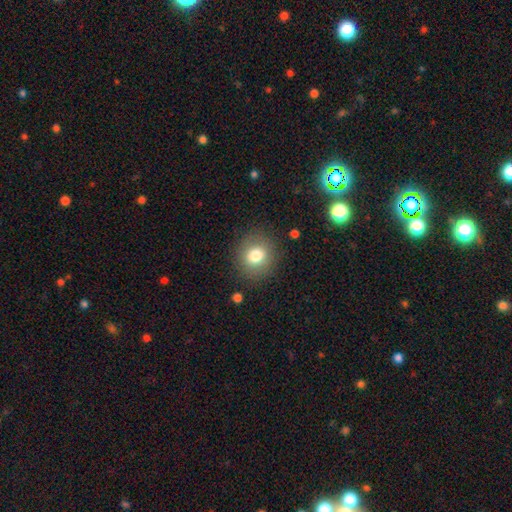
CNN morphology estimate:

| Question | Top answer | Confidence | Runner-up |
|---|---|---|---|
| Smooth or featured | smooth | 78% | featured or disk (11%) |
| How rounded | round | 85% | in between (14%) |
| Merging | none | 86% | minor disturbance (9%) |